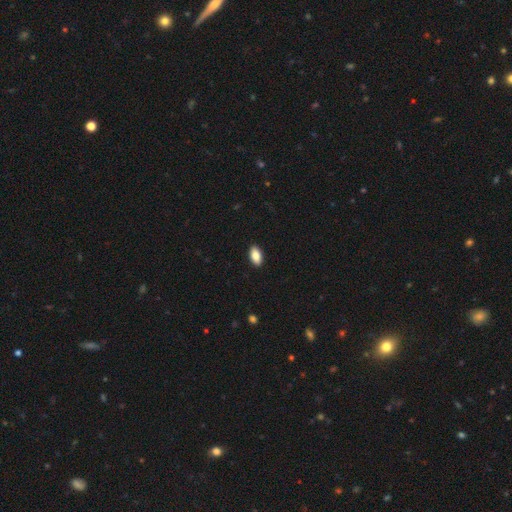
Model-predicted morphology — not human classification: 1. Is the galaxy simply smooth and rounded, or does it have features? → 86% smooth, 7% star or artifact, 7% featured or disk.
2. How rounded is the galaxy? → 93% in between, 4% cigar-shaped, 4% round.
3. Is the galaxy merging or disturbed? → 91% none, 7% minor disturbance, 2% major disturbance, 1% merger.